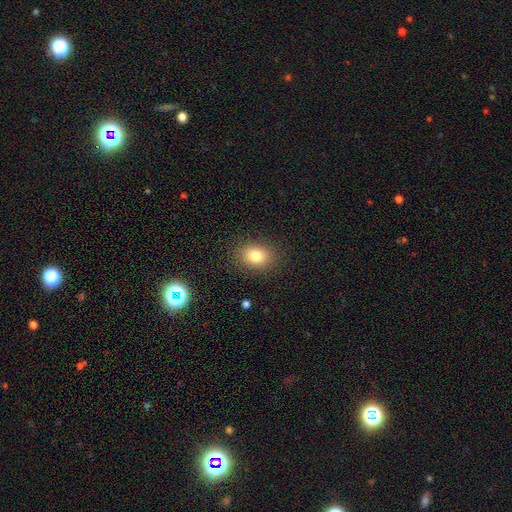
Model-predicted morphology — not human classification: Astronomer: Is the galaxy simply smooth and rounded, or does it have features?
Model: smooth — 80%.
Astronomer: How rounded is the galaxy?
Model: in between — 59% (runner-up: round, 40%).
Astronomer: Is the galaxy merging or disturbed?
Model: none — 87%.